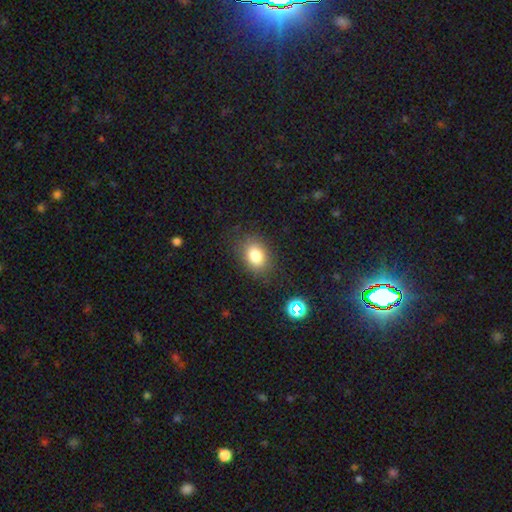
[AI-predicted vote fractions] This is clearly a smooth galaxy (80%). How rounded: likely in between (71%). Merging: clearly none (81%).